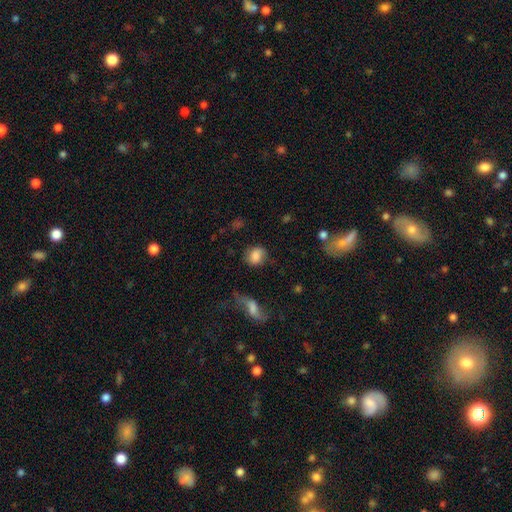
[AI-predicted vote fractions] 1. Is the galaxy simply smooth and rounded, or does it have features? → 81% smooth, 10% featured or disk, 8% star or artifact.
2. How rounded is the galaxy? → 57% round, 41% in between, 2% cigar-shaped.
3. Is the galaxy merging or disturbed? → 70% none, 19% minor disturbance, 7% major disturbance, 4% merger.